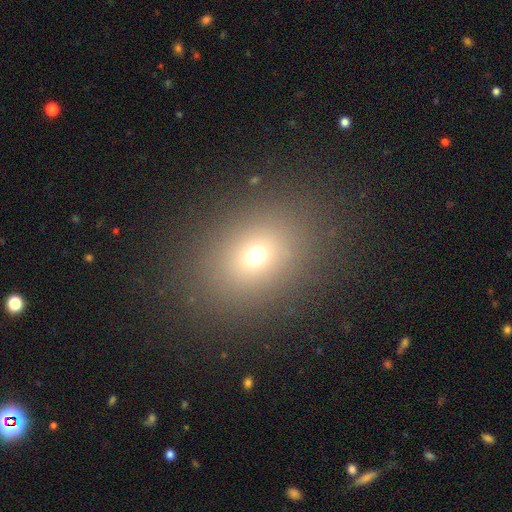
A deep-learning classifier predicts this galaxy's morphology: smooth 68%, star or artifact 21%, featured or disk 12%. Down the decision tree: how rounded — in between (50%); merging — none (86%).